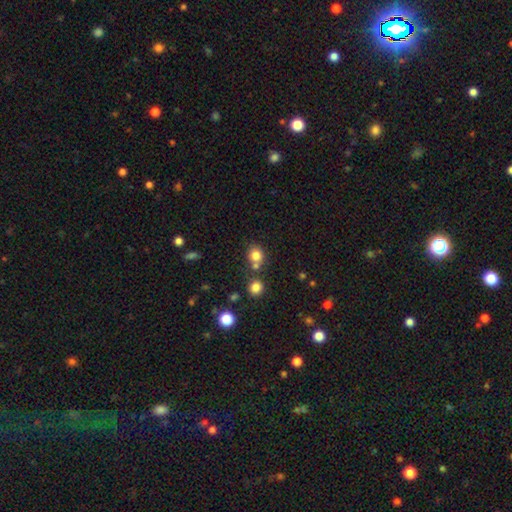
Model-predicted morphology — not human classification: Smooth or featured: smooth — 80% (star or artifact — 13%)
How rounded: round — 78% (in between — 22%)
Merging: none — 60% (merger — 27%)